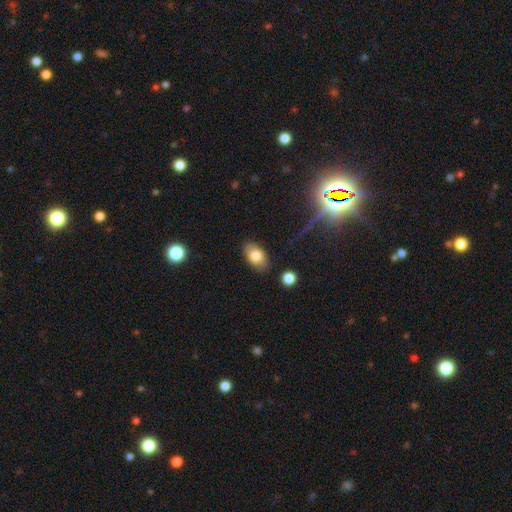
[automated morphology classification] A smooth galaxy with no disk features (79%) that is in between round and cigar-shaped (92%). Merging: none (85%).